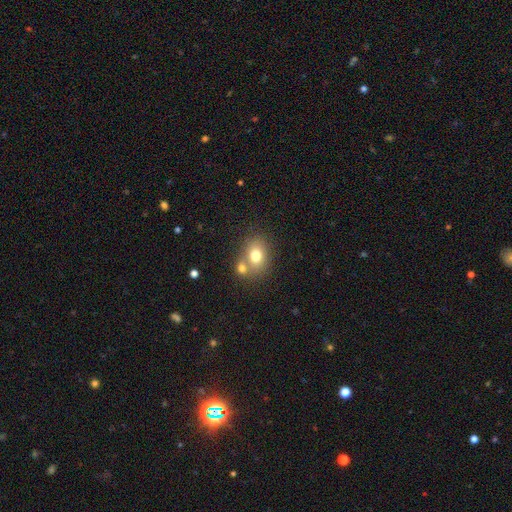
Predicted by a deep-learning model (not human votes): The model was most divided on "how rounded": in between: 53%, round: 46%, cigar-shaped: 1%. Remaining: smooth or featured — smooth (75%); merging — none (46%).